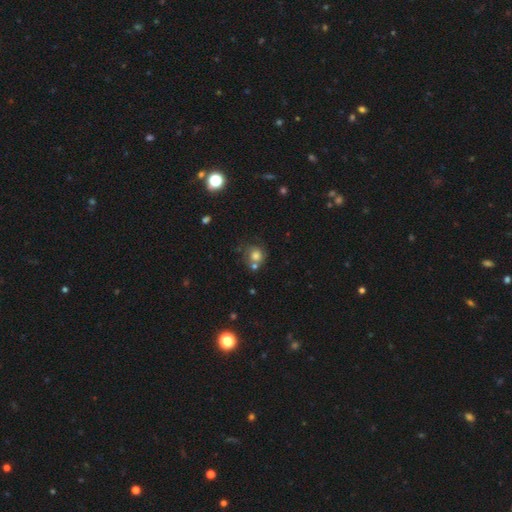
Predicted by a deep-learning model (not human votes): This is likely a smooth galaxy (73%). How rounded: clearly round (84%). Merging: possibly none (51%).